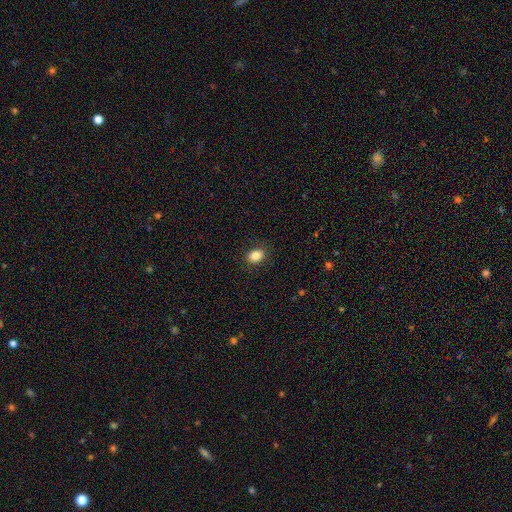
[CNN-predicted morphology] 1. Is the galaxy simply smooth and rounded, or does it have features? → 85% smooth, 9% star or artifact, 6% featured or disk.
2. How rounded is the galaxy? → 70% in between, 29% round, 1% cigar-shaped.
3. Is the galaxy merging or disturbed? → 88% none, 9% minor disturbance, 3% major disturbance, 1% merger.